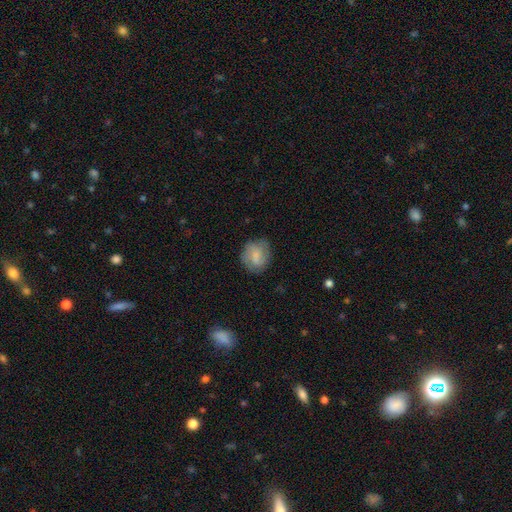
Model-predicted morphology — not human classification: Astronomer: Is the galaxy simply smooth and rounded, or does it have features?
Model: smooth — 60%.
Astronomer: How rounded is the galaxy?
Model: round — 67%.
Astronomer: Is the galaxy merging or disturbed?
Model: none — 73%.